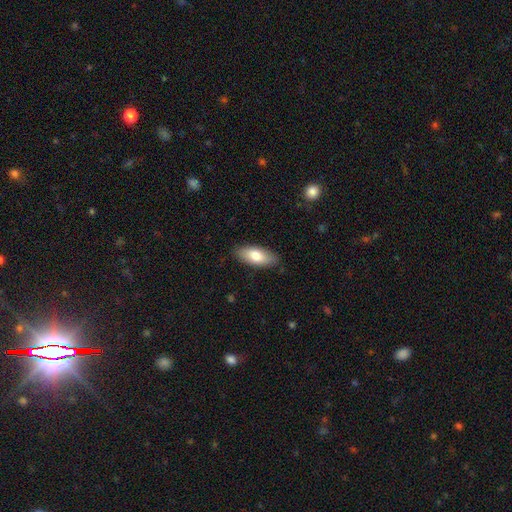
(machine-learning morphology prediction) This appears to be a smooth galaxy with no disk features (77%) that is in between round and cigar-shaped (85%). Merging: none (86%).